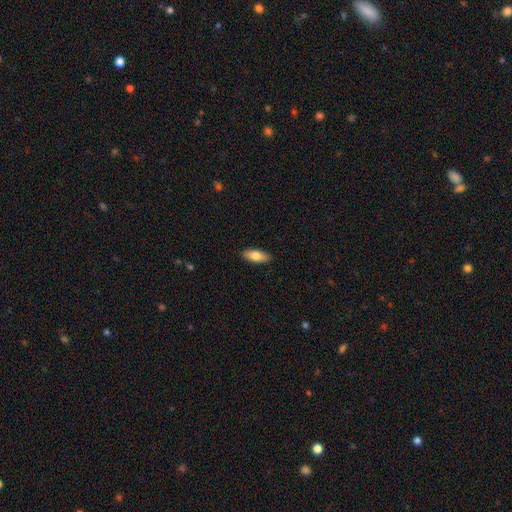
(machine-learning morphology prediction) This appears to be a smooth galaxy with no disk features (79%) that is in between round and cigar-shaped (77%). Merging: none (89%).